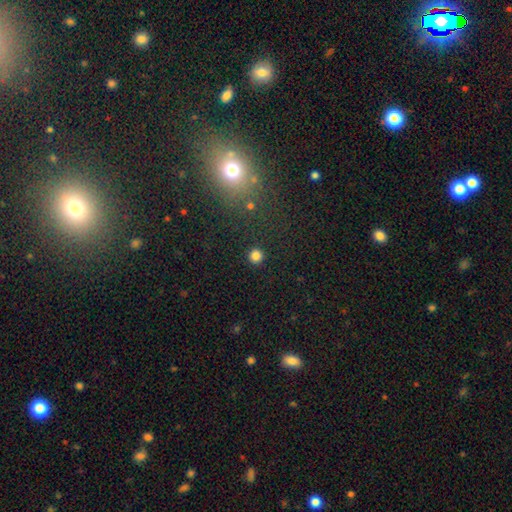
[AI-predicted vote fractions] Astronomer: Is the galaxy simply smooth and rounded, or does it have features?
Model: smooth — 82%.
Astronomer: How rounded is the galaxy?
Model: round — 95%.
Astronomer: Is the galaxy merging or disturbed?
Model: none — 92%.